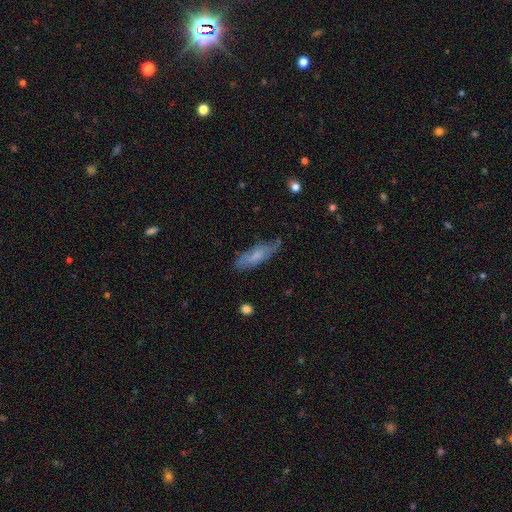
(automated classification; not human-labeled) smooth-or-featured: smooth: 58% | featured or disk: 35% | star or artifact: 7%
  how-rounded: cigar-shaped: 52% | in between: 46% | round: 2%
  merging: none: 68% | minor disturbance: 24% | major disturbance: 6% | merger: 2%